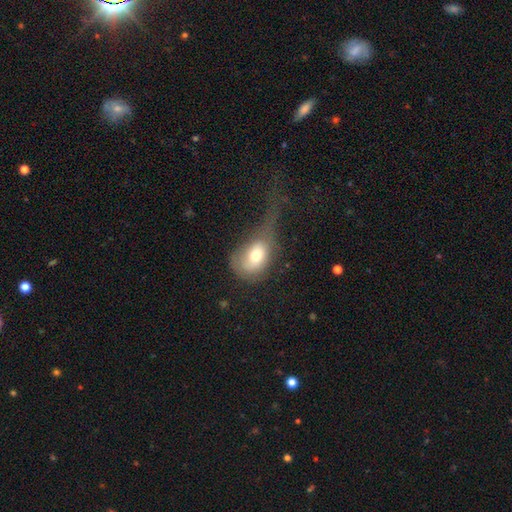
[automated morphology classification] smooth-or-featured: smooth: 70% | featured or disk: 21% | star or artifact: 9%
  how-rounded: in between: 72% | round: 26% | cigar-shaped: 2%
  merging: major disturbance: 52% | minor disturbance: 24% | none: 19% | merger: 5%